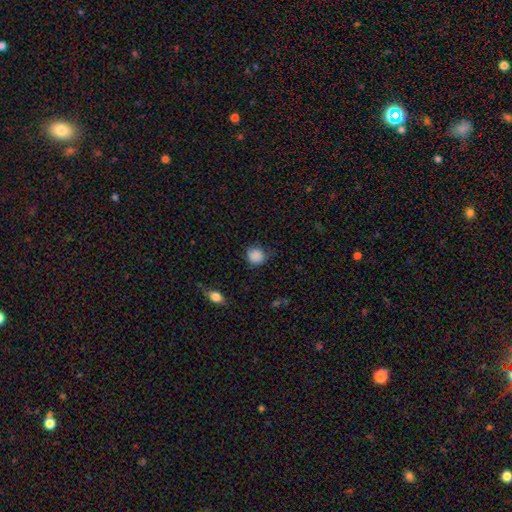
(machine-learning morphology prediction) The model was most divided on "merging": none: 73%, minor disturbance: 20%, major disturbance: 5%, merger: 2%. More confident: smooth or featured — smooth (87%); how rounded — round (87%).